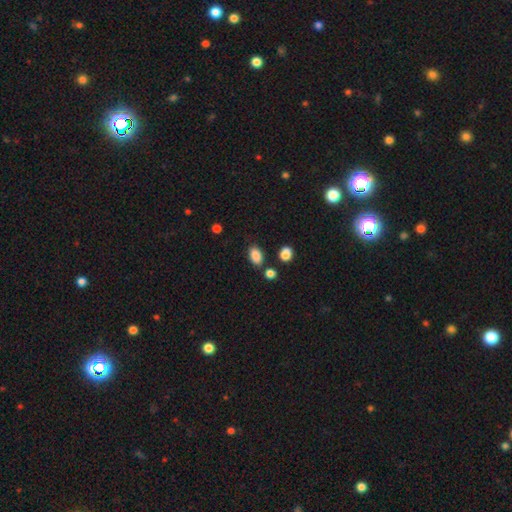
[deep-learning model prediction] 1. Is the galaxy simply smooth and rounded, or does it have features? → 86% smooth, 9% star or artifact, 4% featured or disk.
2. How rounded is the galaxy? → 86% in between, 13% round, 2% cigar-shaped.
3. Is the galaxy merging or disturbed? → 78% none, 12% minor disturbance, 7% merger, 3% major disturbance.